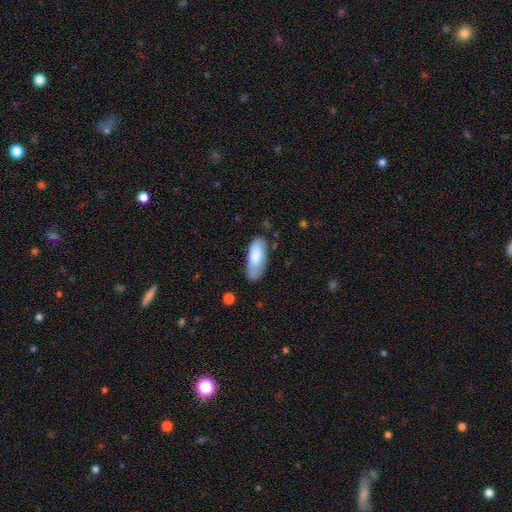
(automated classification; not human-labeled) smooth_or_featured: smooth (p=0.79) [alt: featured or disk p=0.15]
how_rounded: in between (p=0.79) [alt: cigar-shaped p=0.19]
merging: none (p=0.67) [alt: minor disturbance p=0.24]